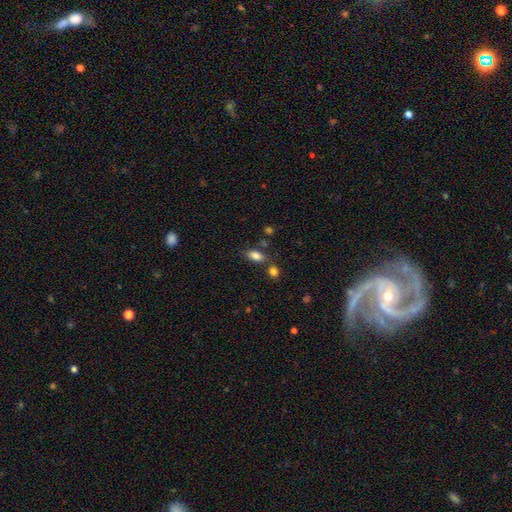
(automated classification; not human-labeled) A smooth galaxy with no disk features (83%) that is in between round and cigar-shaped (87%).

Vote fractions:
- Smooth or featured? smooth: 83% / star or artifact: 9% / featured or disk: 8%
- How rounded? in between: 87% / cigar-shaped: 7% / round: 6%
- Merging? none: 69% / merger: 14% / minor disturbance: 13% / major disturbance: 4%